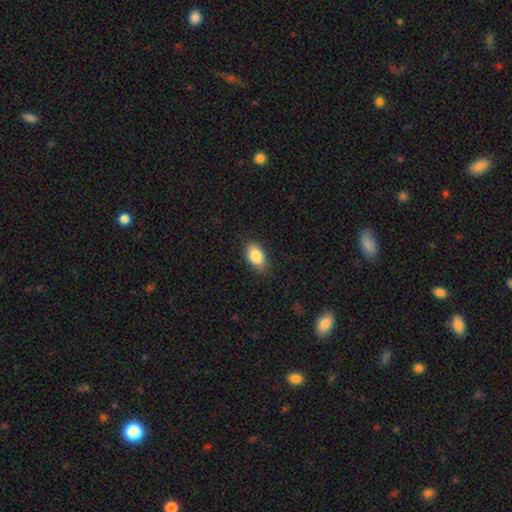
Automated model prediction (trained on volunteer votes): A smooth galaxy with no disk features (85%) that is in between round and cigar-shaped (90%).

Vote fractions:
- Smooth or featured? smooth: 85% / featured or disk: 7% / star or artifact: 7%
- How rounded? in between: 90% / round: 8% / cigar-shaped: 2%
- Merging? none: 82% / minor disturbance: 14% / major disturbance: 3% / merger: 1%